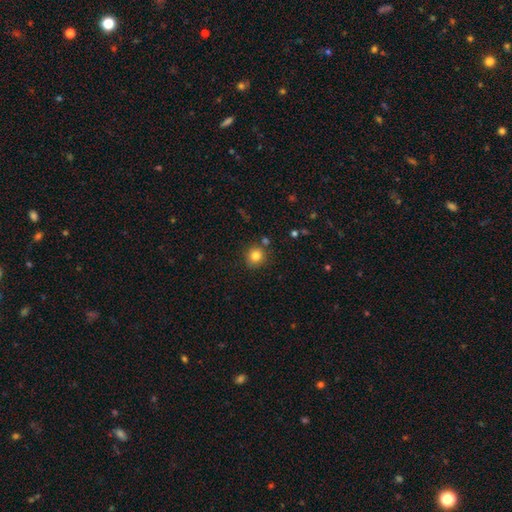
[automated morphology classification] This appears to be a smooth galaxy with no disk features (82%) that is round (91%). Merging: none (83%).